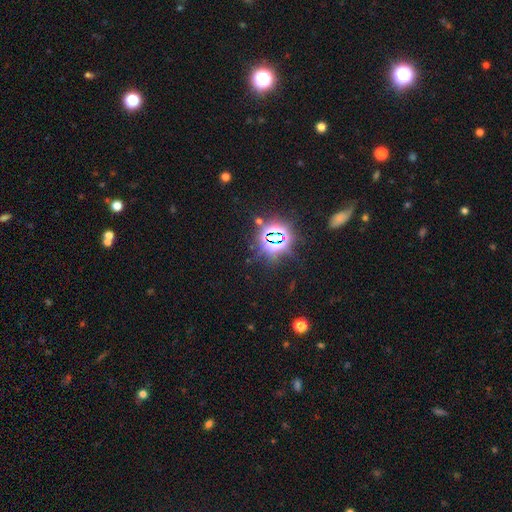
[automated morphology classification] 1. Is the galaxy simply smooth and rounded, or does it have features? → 71% star or artifact, 22% smooth, 7% featured or disk.